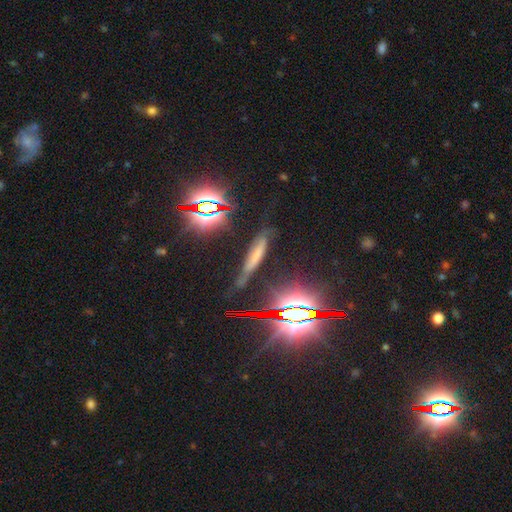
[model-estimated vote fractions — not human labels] smooth 43%, star or artifact 32%, featured or disk 25%. Down the decision tree: merging — none (68%).